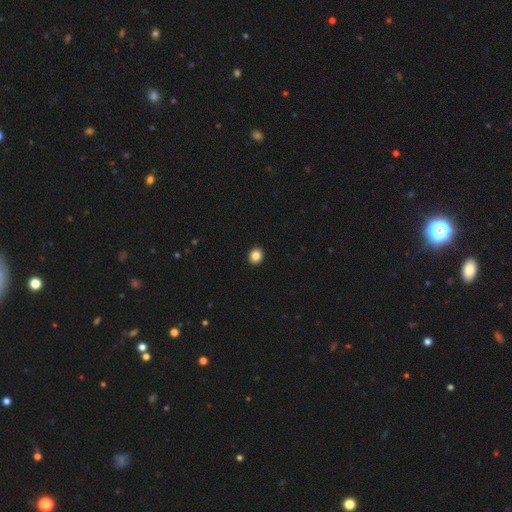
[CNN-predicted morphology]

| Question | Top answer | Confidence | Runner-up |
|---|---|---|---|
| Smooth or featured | smooth | 86% | star or artifact (10%) |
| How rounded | round | 73% | in between (26%) |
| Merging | none | 93% | minor disturbance (4%) |